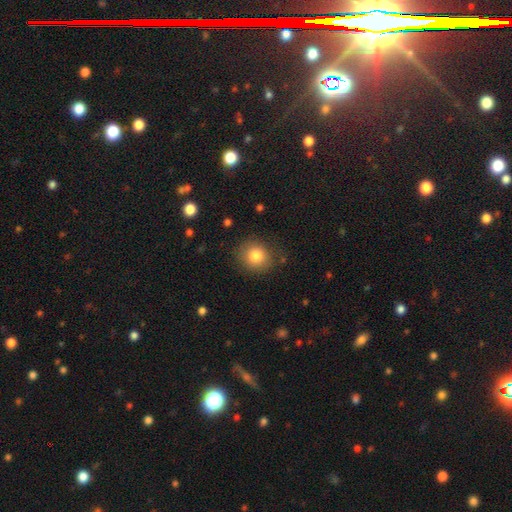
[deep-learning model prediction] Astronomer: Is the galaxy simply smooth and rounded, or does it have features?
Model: smooth — 82%.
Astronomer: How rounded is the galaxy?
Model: round — 85%.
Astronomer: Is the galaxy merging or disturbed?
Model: none — 83%.